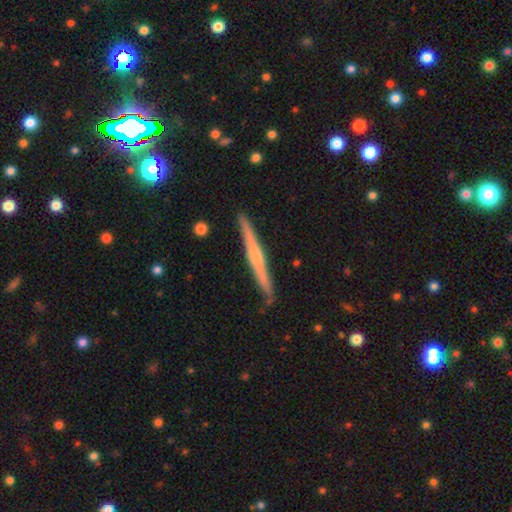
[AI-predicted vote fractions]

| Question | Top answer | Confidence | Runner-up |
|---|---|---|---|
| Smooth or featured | featured or disk | 65% | smooth (30%) |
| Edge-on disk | yes | 98% | no (2%) |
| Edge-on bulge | rounded | 59% | none (32%) |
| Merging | none | 87% | minor disturbance (10%) |